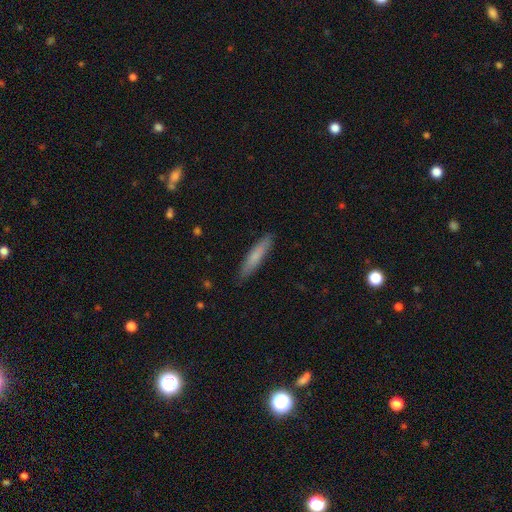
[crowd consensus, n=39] This appears to be a smooth galaxy with no disk features (72%) that is cigar-shaped (89%). Merging: none (87%).